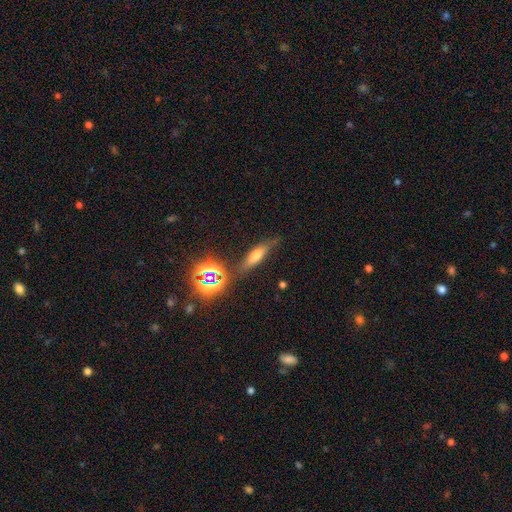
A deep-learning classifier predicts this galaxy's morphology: smooth 52%, featured or disk 29%, star or artifact 20%. Down the decision tree: how rounded — cigar-shaped (59%); merging — none (71%).